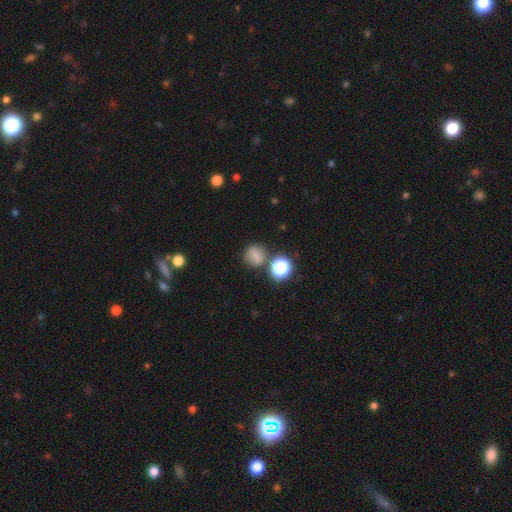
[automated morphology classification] Smooth or featured?
  - smooth: 74% *
  - star or artifact: 17%
  - featured or disk: 9%
How rounded?
  - round: 80% *
  - in between: 19%
  - cigar-shaped: 1%
Merging?
  - none: 72% *
  - minor disturbance: 13%
  - merger: 10%
  - major disturbance: 5%